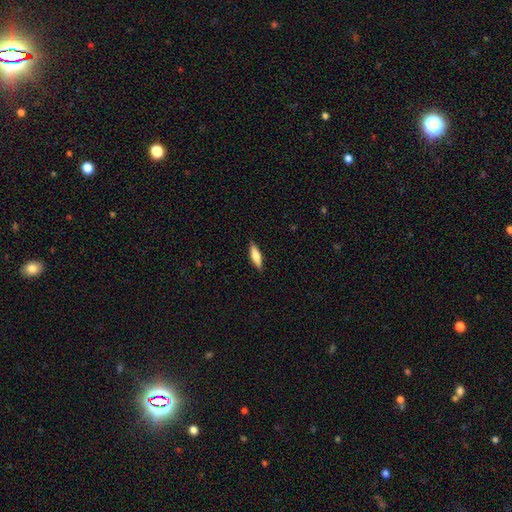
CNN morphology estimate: type=smooth (71%); roundness=cigar-shaped (57%); merging=none (88%).